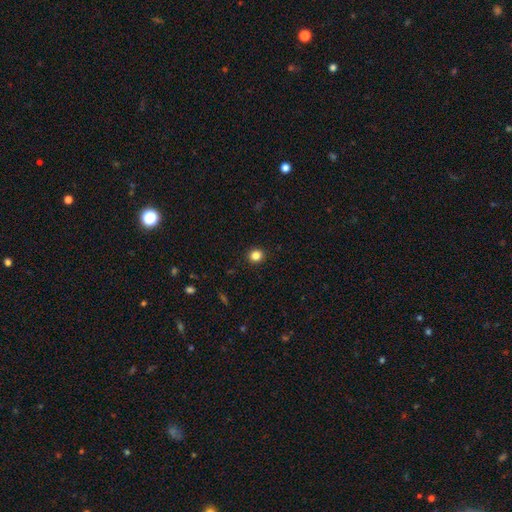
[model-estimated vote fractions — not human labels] Smooth or featured? smooth (85%)
How rounded? round (89%)
Merging? none (93%)